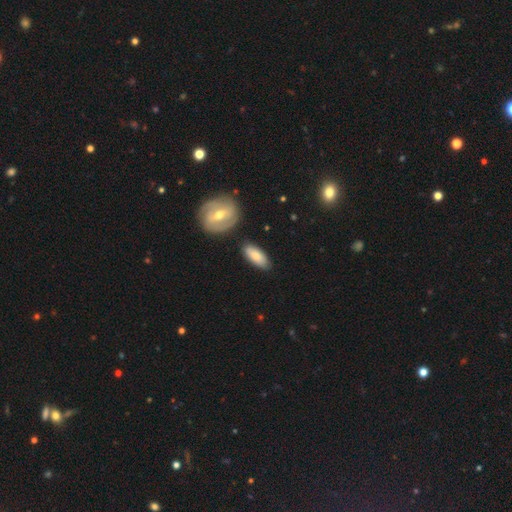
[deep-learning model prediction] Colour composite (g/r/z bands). It shows a smooth galaxy with no disk features (77%) that is in between round and cigar-shaped (82%). Merging: none (79%).